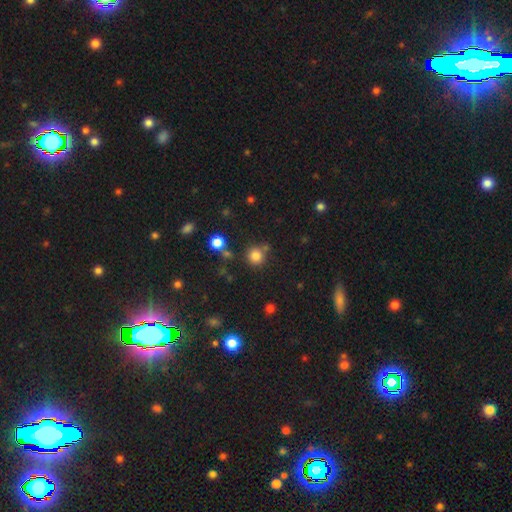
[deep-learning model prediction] This appears to be a smooth galaxy with no disk features (81%) that is round (92%). Merging: none (75%).